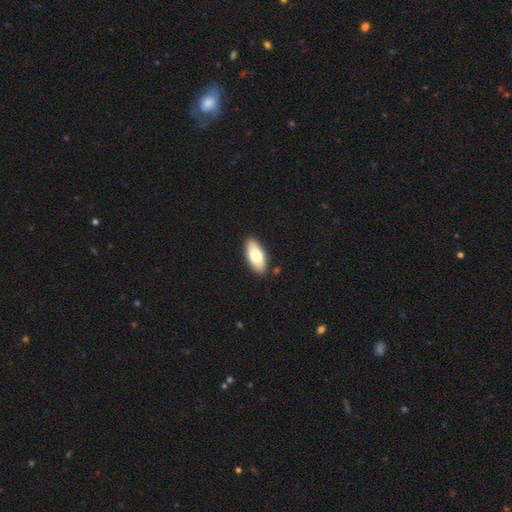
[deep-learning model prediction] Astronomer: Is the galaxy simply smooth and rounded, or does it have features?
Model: smooth — 73%.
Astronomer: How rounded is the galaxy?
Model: in between — 90%.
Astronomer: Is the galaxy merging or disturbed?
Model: none — 89%.